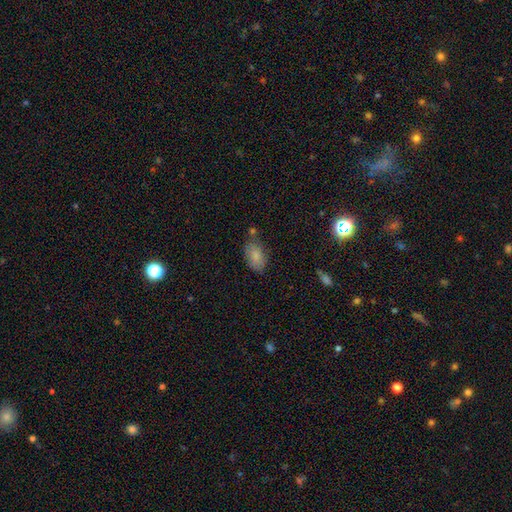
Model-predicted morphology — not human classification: Smooth or featured? Predicted: smooth (p=0.83). How rounded? Predicted: in between (p=0.92). Merging? Predicted: none (p=0.65).